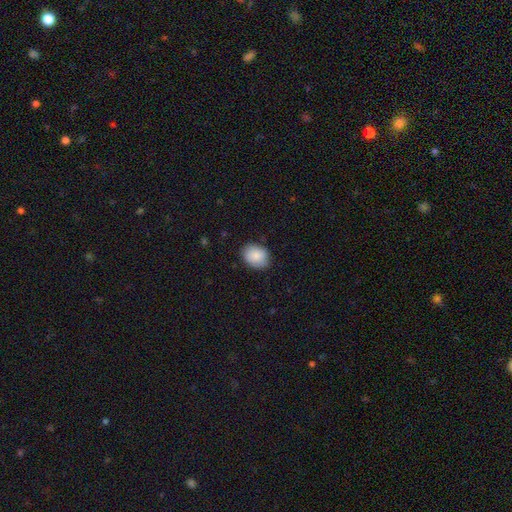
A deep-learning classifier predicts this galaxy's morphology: type=smooth (87%); roundness=in between (60%); merging=none (83%).